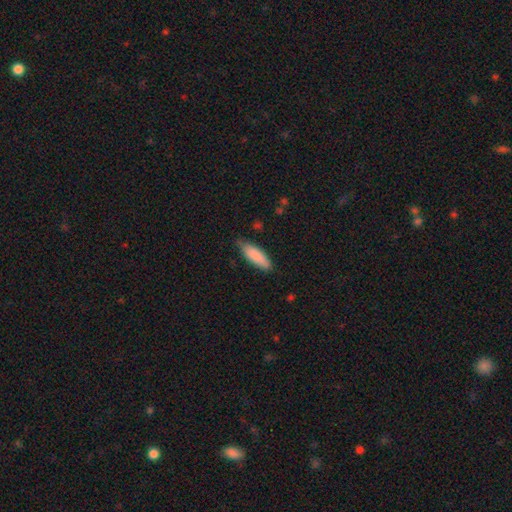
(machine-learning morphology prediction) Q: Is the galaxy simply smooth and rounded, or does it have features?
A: smooth — 87%.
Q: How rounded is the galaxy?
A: in between — 53%.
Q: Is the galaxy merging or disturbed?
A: none — 74%.